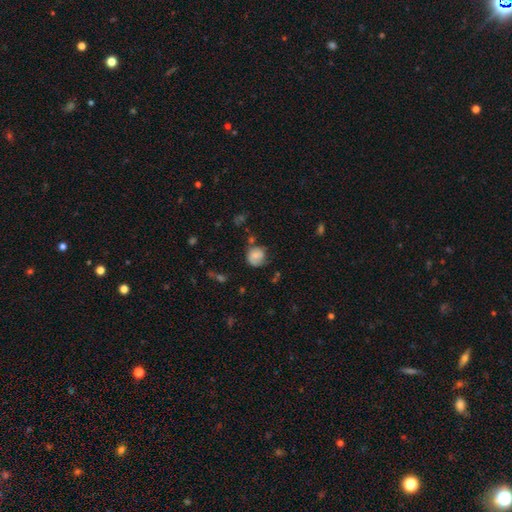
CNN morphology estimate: Smooth or featured? Predicted: smooth (p=0.65). How rounded? Predicted: round (p=0.77). Merging? Predicted: none (p=0.55).